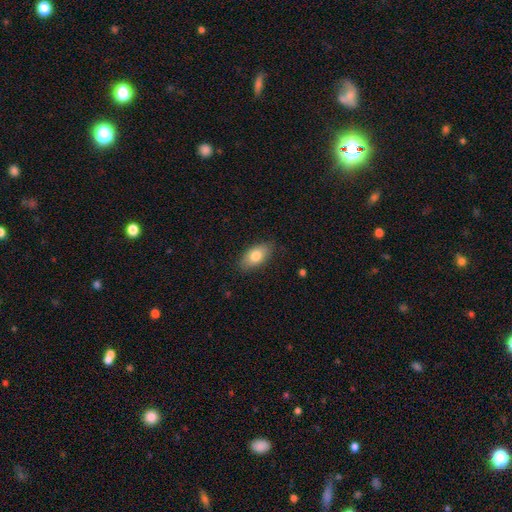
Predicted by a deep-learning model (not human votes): Smooth or featured? smooth (79%)
How rounded? in between (91%)
Merging? none (83%)